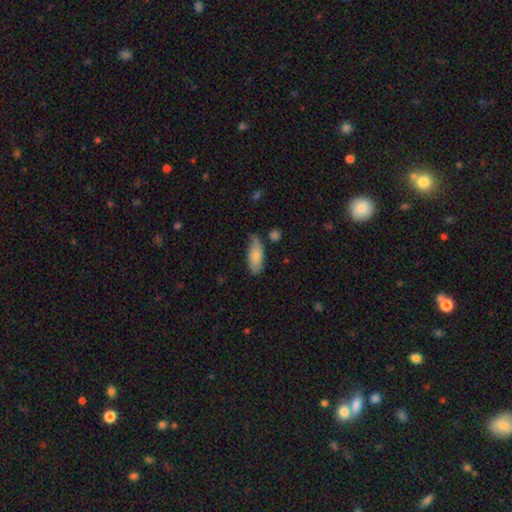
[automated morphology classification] A smooth galaxy with no disk features (79%) that is in between round and cigar-shaped (79%).

Vote fractions:
- Smooth or featured? smooth: 79% / featured or disk: 15% / star or artifact: 6%
- How rounded? in between: 79% / cigar-shaped: 19% / round: 2%
- Merging? none: 61% / minor disturbance: 29% / major disturbance: 6% / merger: 4%